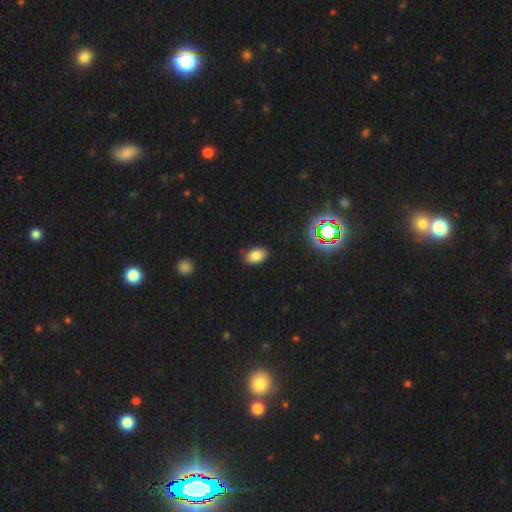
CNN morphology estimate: Q: Smooth or featured?
A: smooth (82%); runner-up: star or artifact (12%)
Q: How rounded?
A: in between (87%); runner-up: round (12%)
Q: Merging?
A: none (84%); runner-up: minor disturbance (12%)